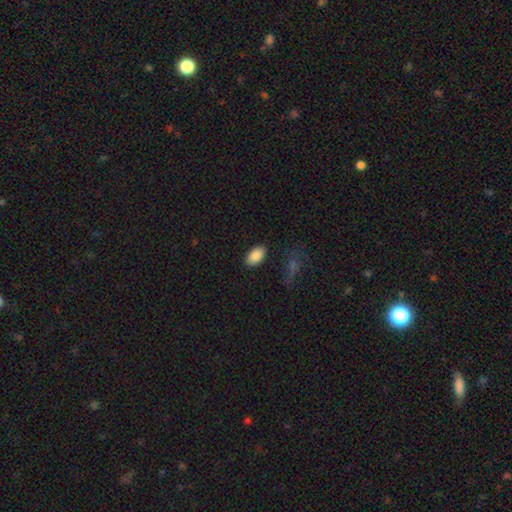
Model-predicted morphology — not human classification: Smooth or featured? smooth (87%)
How rounded? in between (93%)
Merging? none (85%)